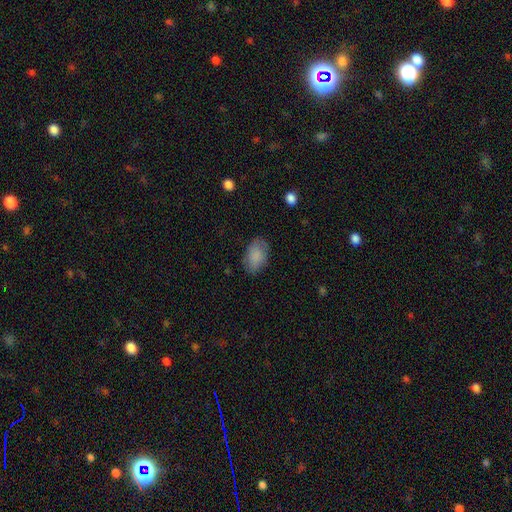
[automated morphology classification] type=smooth (84%); roundness=in between (90%); merging=none (75%).